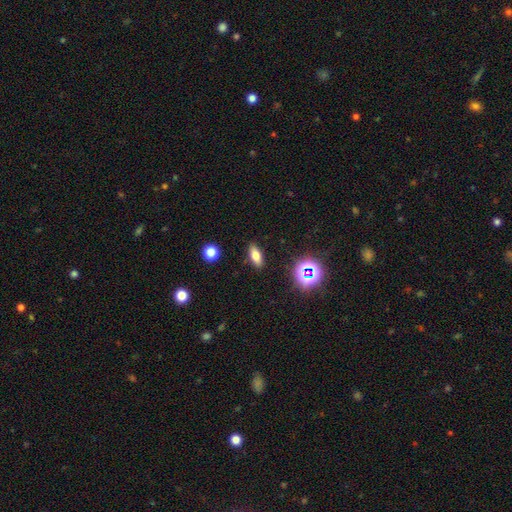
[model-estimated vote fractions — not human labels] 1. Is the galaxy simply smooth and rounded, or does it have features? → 71% smooth, 15% featured or disk, 14% star or artifact.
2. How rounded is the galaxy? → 72% in between, 22% cigar-shaped, 6% round.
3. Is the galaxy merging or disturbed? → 88% none, 8% minor disturbance, 2% major disturbance, 1% merger.